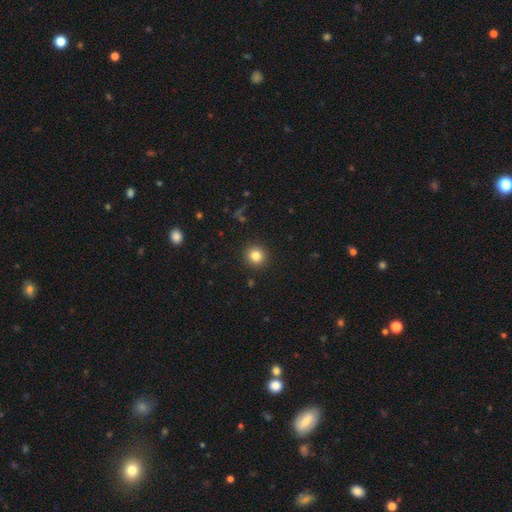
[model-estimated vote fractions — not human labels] This appears to be a smooth galaxy with no disk features (83%) that is round (93%). Merging: none (92%).